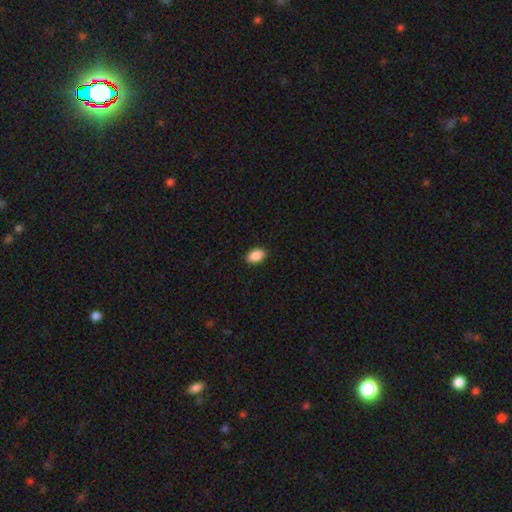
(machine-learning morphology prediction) Smooth or featured? Predicted: smooth (p=0.90). How rounded? Predicted: in between (p=0.90). Merging? Predicted: none (p=0.90).